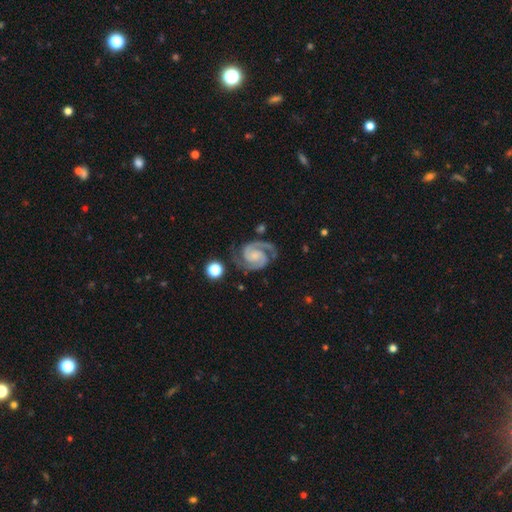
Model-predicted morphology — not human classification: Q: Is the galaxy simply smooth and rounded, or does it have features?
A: featured or disk — 92%.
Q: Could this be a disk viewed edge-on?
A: no — 98%.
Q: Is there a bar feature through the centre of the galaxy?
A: no — 57%.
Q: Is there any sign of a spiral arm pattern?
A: yes — 99%.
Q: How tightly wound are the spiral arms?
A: tight — 48%.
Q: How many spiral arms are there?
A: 2 — 93%.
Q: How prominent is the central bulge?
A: small — 39%.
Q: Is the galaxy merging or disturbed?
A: none — 77%.